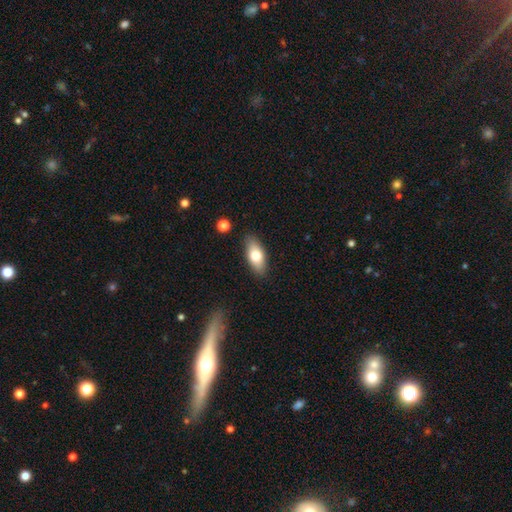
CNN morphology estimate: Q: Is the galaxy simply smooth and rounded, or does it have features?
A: smooth — 73%.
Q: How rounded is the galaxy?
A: in between — 83%.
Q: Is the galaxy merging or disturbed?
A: none — 86%.